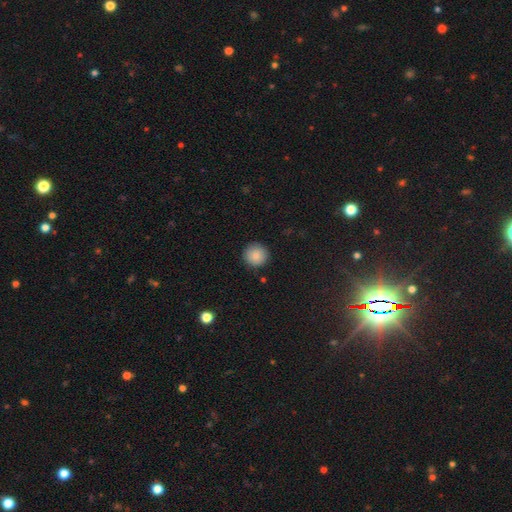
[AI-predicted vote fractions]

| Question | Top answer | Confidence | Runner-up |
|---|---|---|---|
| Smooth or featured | smooth | 86% | star or artifact (9%) |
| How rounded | round | 95% | in between (4%) |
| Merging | none | 91% | minor disturbance (6%) |